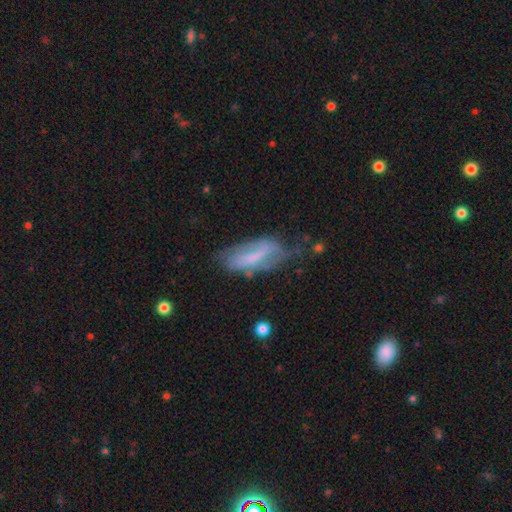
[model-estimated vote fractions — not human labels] A featured or disk galaxy (48%). Merging: none (43%).